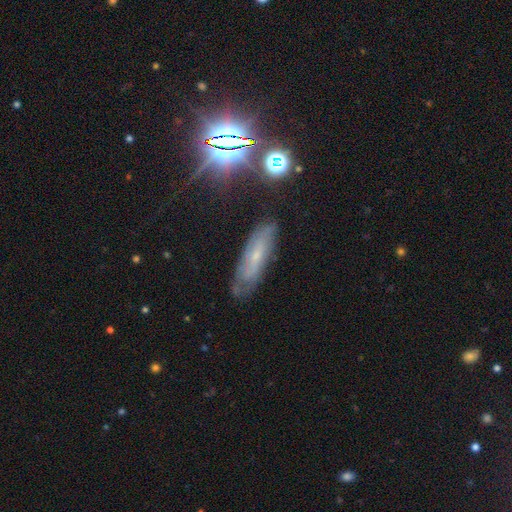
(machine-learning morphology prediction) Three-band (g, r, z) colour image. It shows a featured or disk galaxy (52%). Merging: none (73%).